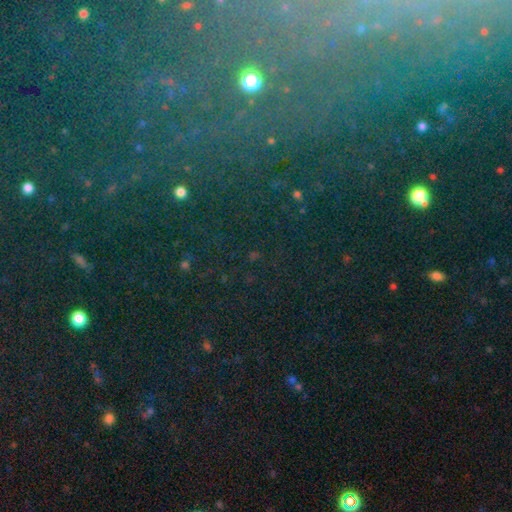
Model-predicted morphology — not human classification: A star or artifact, not a galaxy (72%).

Vote fractions:
- Smooth or featured? star or artifact: 72% / smooth: 16% / featured or disk: 12%